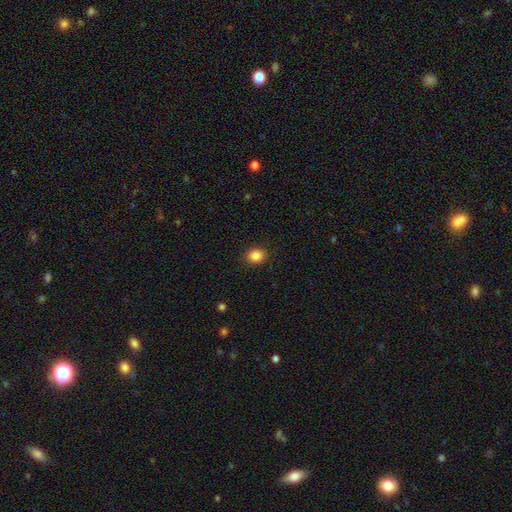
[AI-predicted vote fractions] Smooth or featured: smooth — 86% (star or artifact — 10%)
How rounded: round — 68% (in between — 31%)
Merging: none — 89% (minor disturbance — 8%)